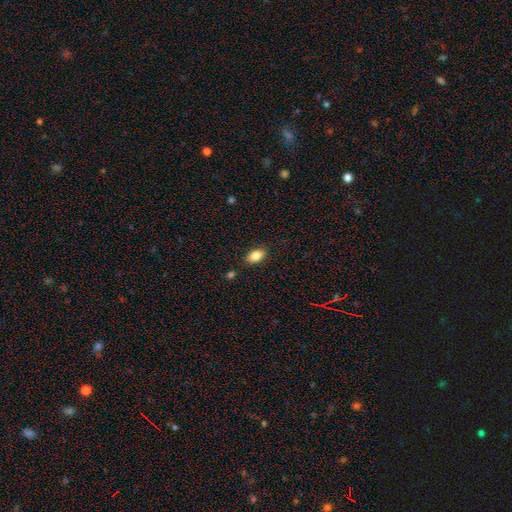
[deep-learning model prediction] Overall: smooth (85%). How rounded: in between (89%). Merging: none (86%).